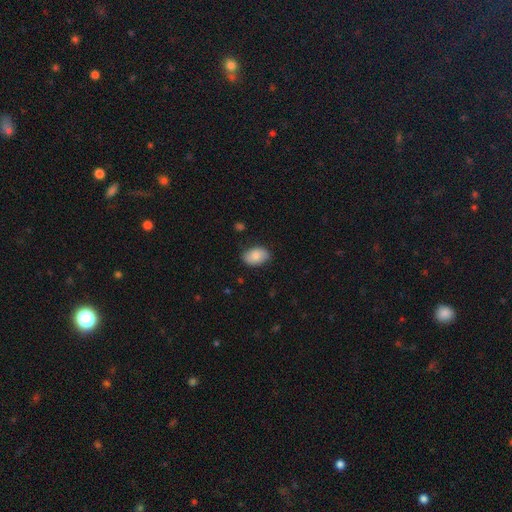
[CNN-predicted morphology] The model was most divided on "smooth or featured": smooth: 80%, featured or disk: 13%, star or artifact: 7%. More confident: how rounded — in between (90%); merging — none (82%).